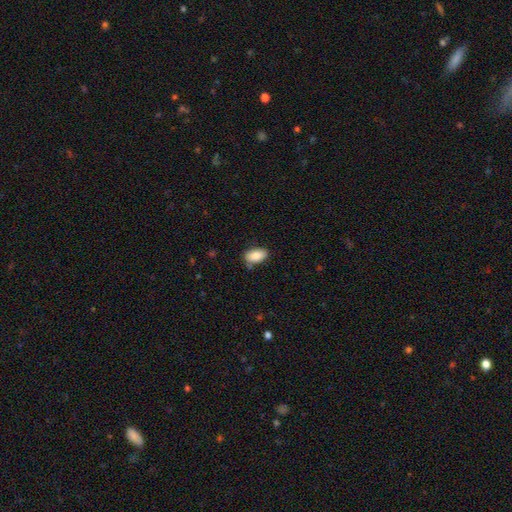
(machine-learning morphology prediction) smooth 82%, featured or disk 11%, star or artifact 7%. Down the decision tree: how rounded — in between (92%); merging — none (76%).